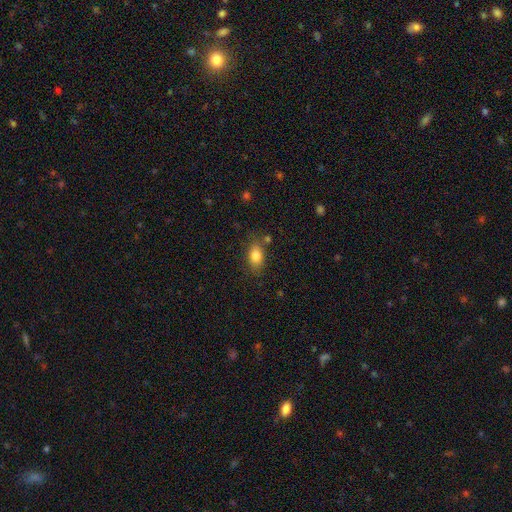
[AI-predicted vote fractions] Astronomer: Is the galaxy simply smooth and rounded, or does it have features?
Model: smooth — 83%.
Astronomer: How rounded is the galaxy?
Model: in between — 85%.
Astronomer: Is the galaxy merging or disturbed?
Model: none — 76%.